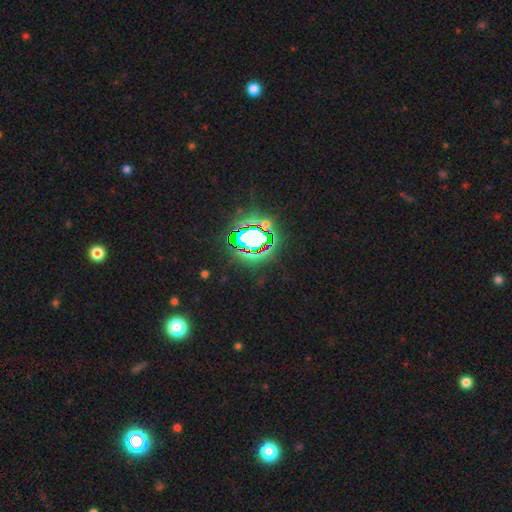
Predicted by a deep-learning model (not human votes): Q: Smooth or featured?
A: star or artifact (84%); runner-up: smooth (10%)